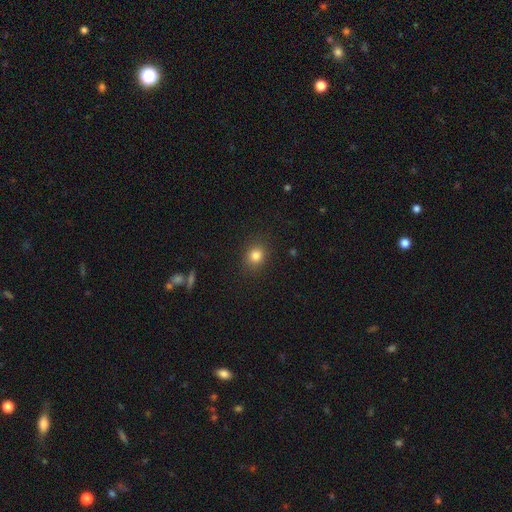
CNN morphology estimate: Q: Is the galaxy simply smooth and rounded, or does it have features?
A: smooth — 82%.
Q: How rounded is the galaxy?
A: round — 67%.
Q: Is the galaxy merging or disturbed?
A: none — 87%.